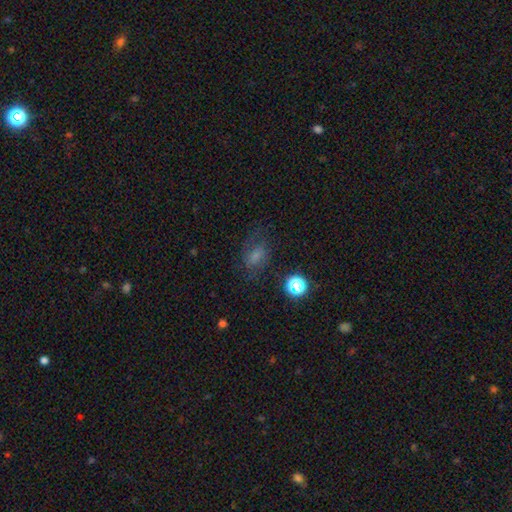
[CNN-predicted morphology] Smooth or featured? Predicted: smooth (p=0.51). How rounded? Predicted: in between (p=0.73). Merging? Predicted: none (p=0.63).